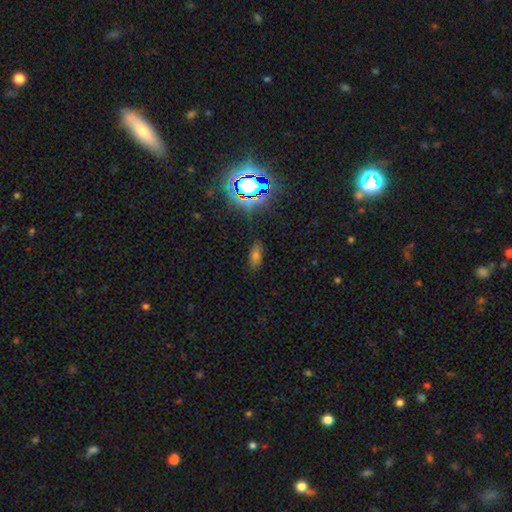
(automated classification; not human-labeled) Smooth or featured? smooth (58%)
How rounded? in between (79%)
Merging? none (82%)